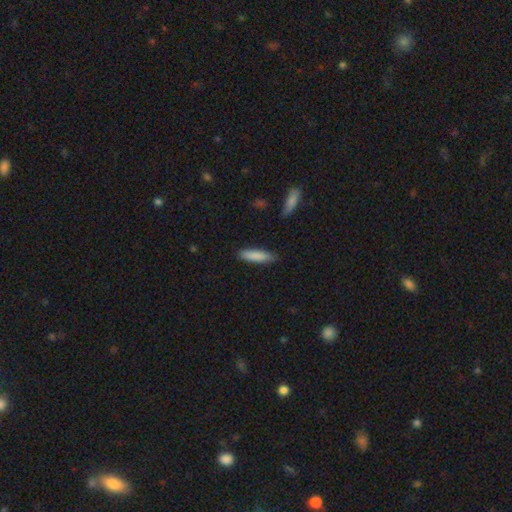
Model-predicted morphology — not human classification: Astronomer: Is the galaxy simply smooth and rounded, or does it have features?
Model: smooth — 85%.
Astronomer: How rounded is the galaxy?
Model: cigar-shaped — 72%.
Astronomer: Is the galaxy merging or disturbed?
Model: none — 86%.